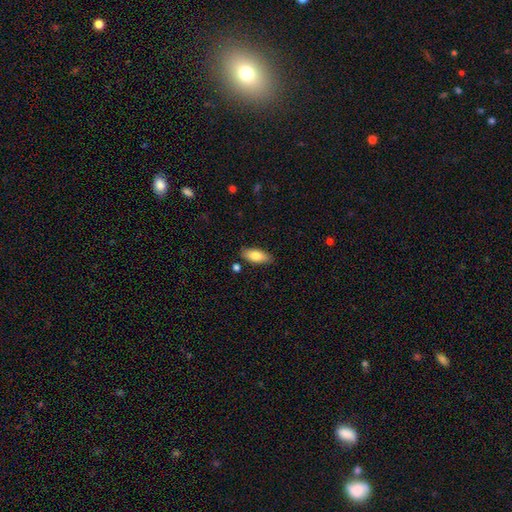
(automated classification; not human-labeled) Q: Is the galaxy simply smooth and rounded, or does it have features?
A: smooth — 80%.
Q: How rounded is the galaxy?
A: in between — 84%.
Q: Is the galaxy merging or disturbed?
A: none — 83%.